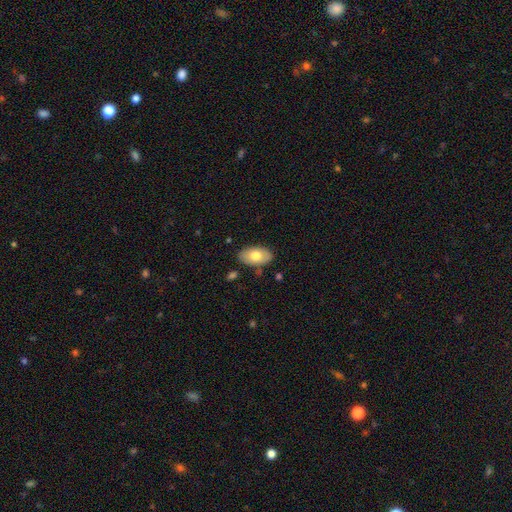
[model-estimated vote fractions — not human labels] Morphology: type=smooth (71%); roundness=in between (93%); merging=none (83%).